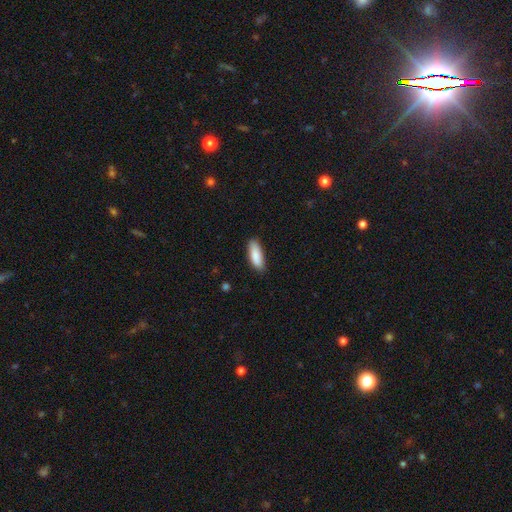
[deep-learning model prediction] smooth_or_featured: smooth (p=0.89) [alt: featured or disk p=0.06]
how_rounded: in between (p=0.64) [alt: cigar-shaped p=0.34]
merging: none (p=0.83) [alt: minor disturbance p=0.13]